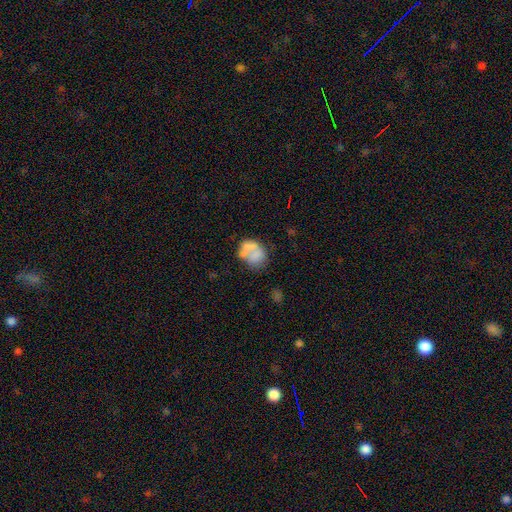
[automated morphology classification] smooth 58%, featured or disk 33%, star or artifact 9%. Down the decision tree: how rounded — round (51%); merging — none (37%).